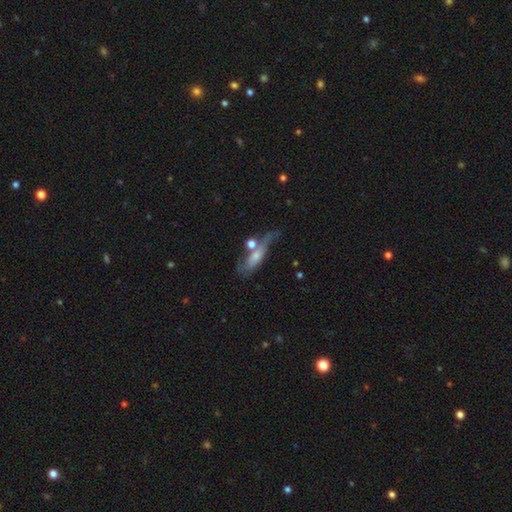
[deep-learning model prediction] Smooth or featured: smooth — 46% (featured or disk — 44%)
Merging: none — 41% (minor disturbance — 22%)